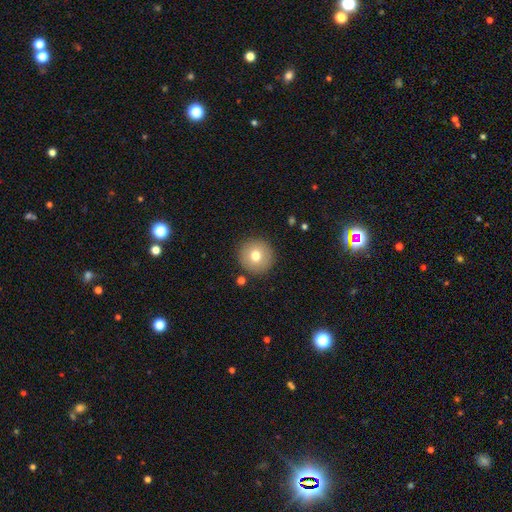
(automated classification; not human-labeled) Q: Smooth or featured?
A: smooth (74%); runner-up: featured or disk (16%)
Q: How rounded?
A: round (96%); runner-up: in between (3%)
Q: Merging?
A: none (90%); runner-up: minor disturbance (6%)